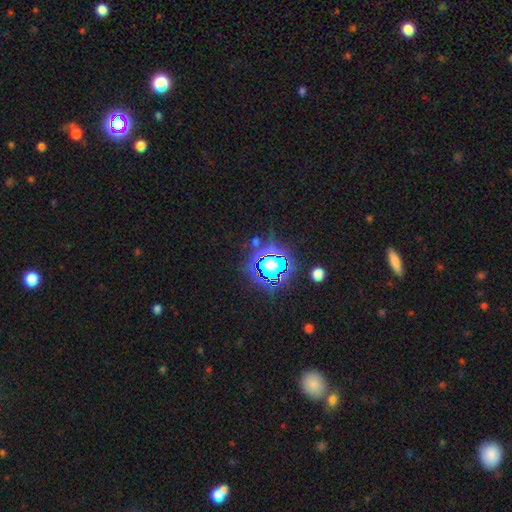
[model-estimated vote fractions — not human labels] Smooth or featured?
  - star or artifact: 82% *
  - smooth: 12%
  - featured or disk: 7%